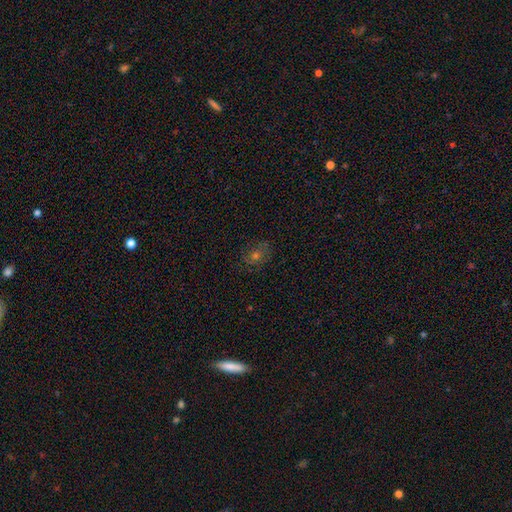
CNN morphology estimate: This appears to be a smooth galaxy with no disk features (44%). Merging: none (78%).